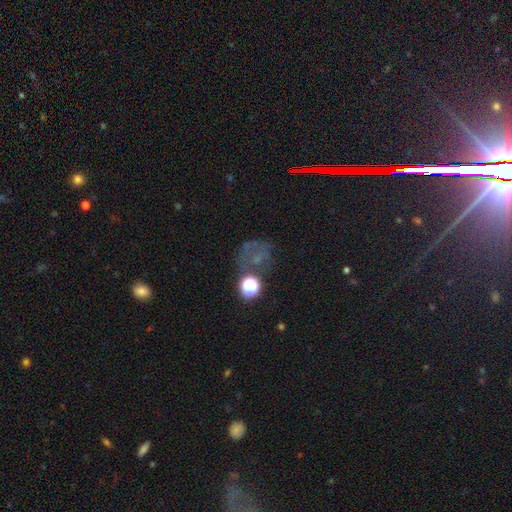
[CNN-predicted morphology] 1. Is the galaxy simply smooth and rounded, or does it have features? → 51% star or artifact, 31% smooth, 18% featured or disk.